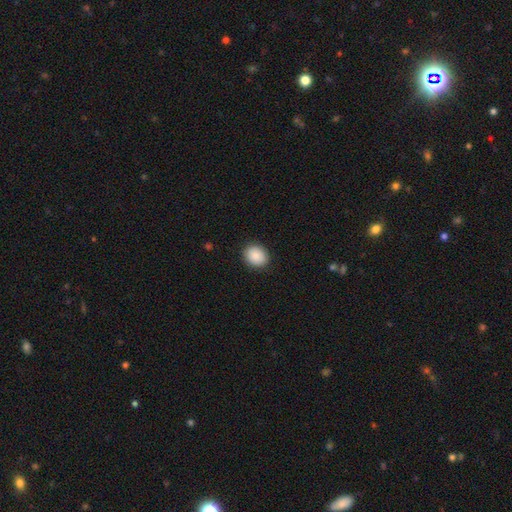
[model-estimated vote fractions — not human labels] This appears to be a smooth galaxy with no disk features (88%) that is round (59%). Merging: none (89%).